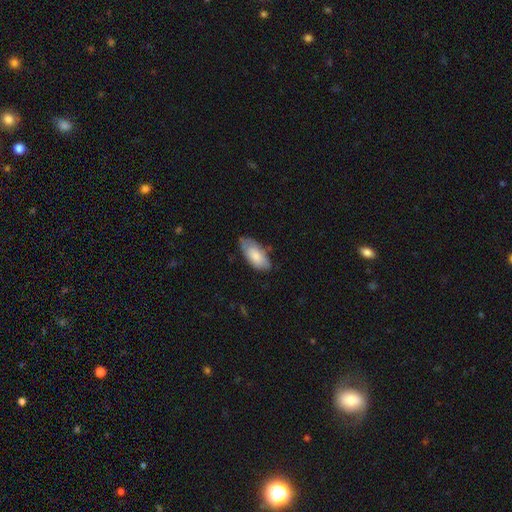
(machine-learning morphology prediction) This is likely a smooth galaxy (75%). How rounded: clearly in between (91%). Merging: likely none (63%).